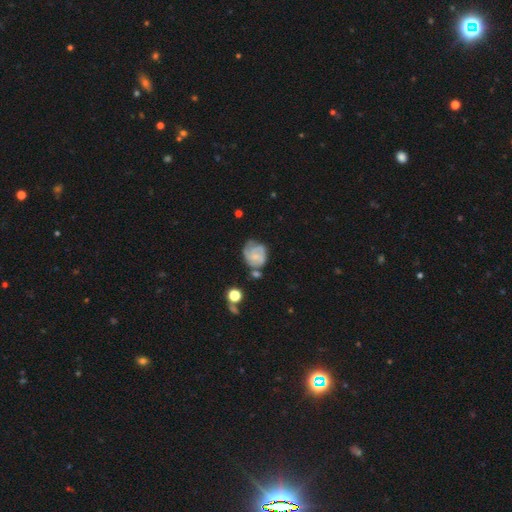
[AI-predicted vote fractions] A featured or disk galaxy (65%) with no bar (67%), can't tell (30%, tied with 3) tight (52%) spiral arms (87%) and a small central bulge (57%).

Vote fractions:
- Smooth or featured? featured or disk: 65% / smooth: 27% / star or artifact: 8%
- Edge-on disk? no: 98% / yes: 2%
- Bar? no: 67% / weak: 29% / strong: 4%
- Spiral arms? yes: 87% / no: 13%
- Spiral winding? tight: 52% / medium: 35% / loose: 12%
- Spiral arm count? can't tell: 30% (tied) / 3: 30% (tied) / 2: 26% / 4: 6% / 1: 5% / more than 4: 3%
- Bulge size? small: 57% / moderate: 20% / none: 20% / large: 2% / dominant: 1%
- Merging? none: 51% / minor disturbance: 26% / major disturbance: 13% / merger: 10%